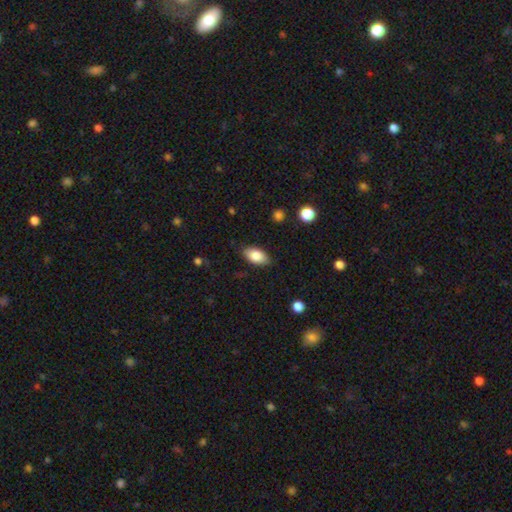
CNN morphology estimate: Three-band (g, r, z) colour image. It shows a smooth galaxy with no disk features (83%) that is in between round and cigar-shaped (92%). Merging: none (84%).